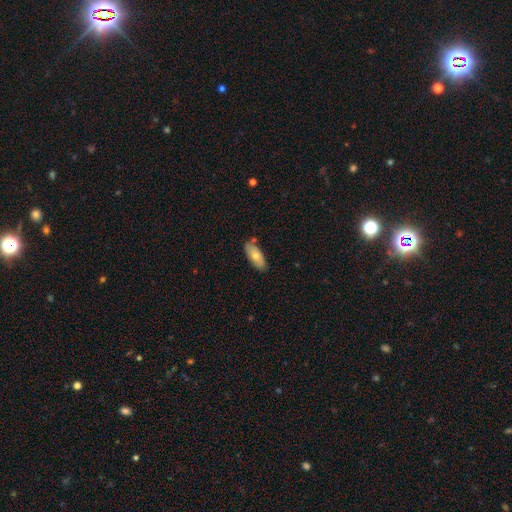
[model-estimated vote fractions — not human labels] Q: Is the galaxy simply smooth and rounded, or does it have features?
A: smooth — 70%.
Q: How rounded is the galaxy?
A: in between — 84%.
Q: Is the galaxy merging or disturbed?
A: none — 76%.